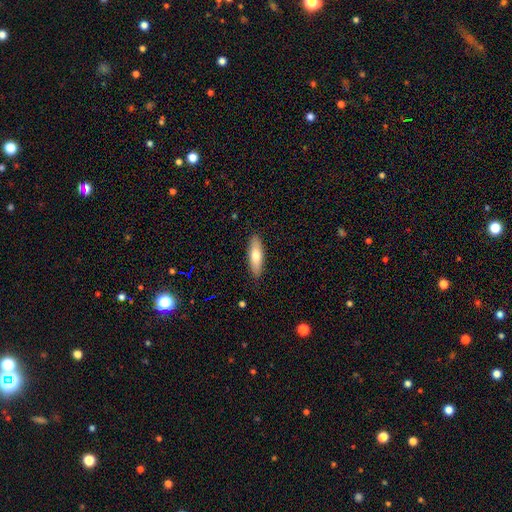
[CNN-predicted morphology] The model was most divided on "how rounded": cigar-shaped: 52%, in between: 46%, round: 2%. More confident: merging — none (87%); smooth or featured — smooth (71%).